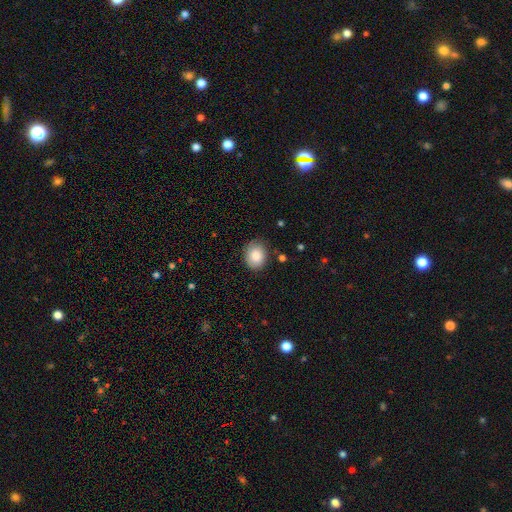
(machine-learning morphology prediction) Overall: smooth (84%). How rounded: round (53%; in between 46%). Merging: none (82%).